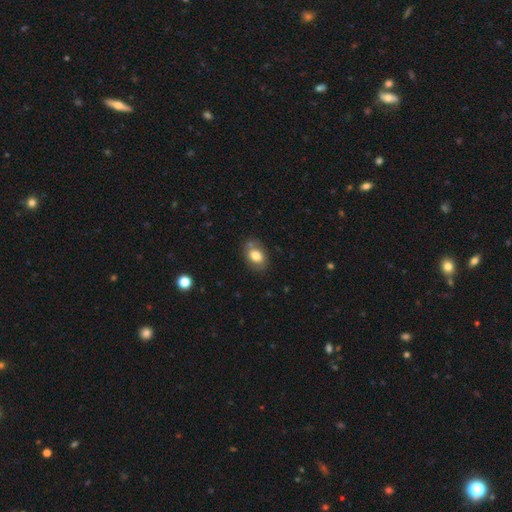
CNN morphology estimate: Smooth or featured: smooth — 78% (featured or disk — 14%)
How rounded: in between — 78% (round — 21%)
Merging: none — 71% (minor disturbance — 17%)